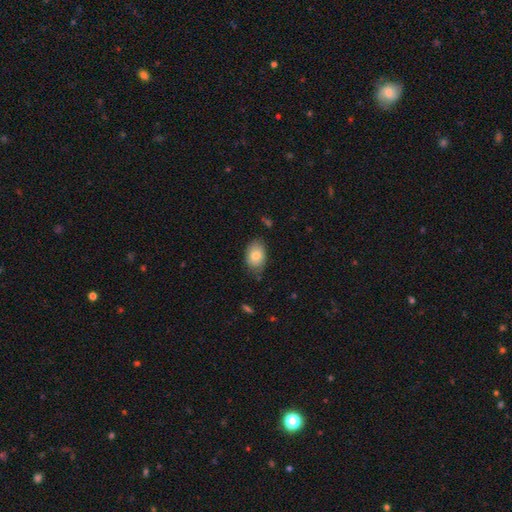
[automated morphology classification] smooth 80%, featured or disk 14%, star or artifact 7%. Down the decision tree: how rounded — in between (87%); merging — none (73%).